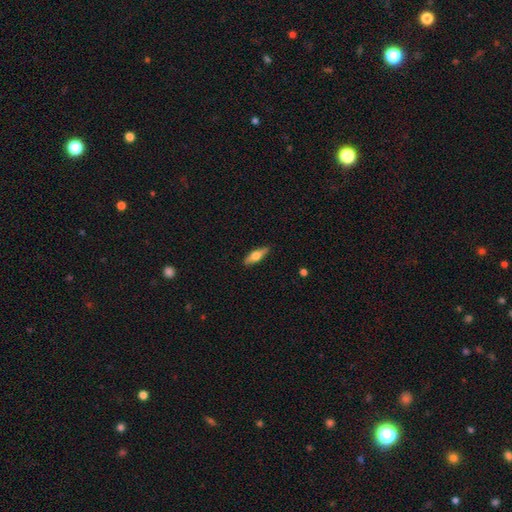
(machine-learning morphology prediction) A smooth galaxy with no disk features (51%) that is cigar-shaped (50%). Merging: none (87%).